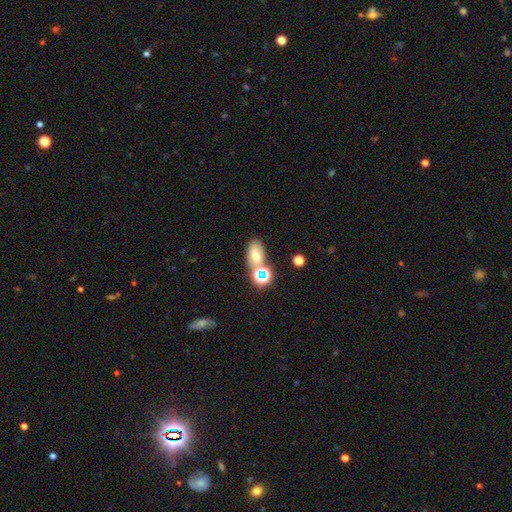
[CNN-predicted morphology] This is possibly a smooth galaxy (56%). How rounded: clearly in between (81%). Merging: possibly none (57%).